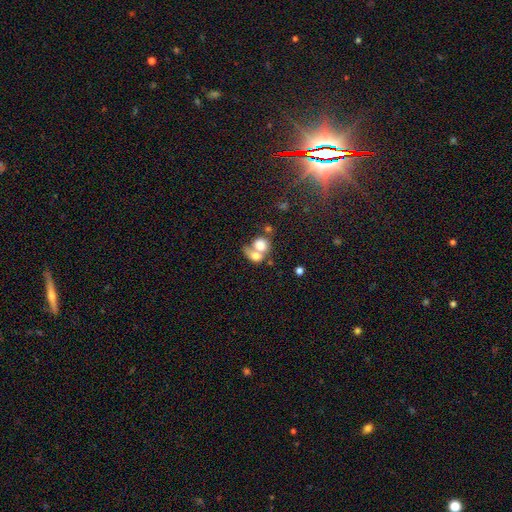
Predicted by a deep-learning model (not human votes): Smooth or featured? smooth (70%)
How rounded? round (50%)
Merging? merger (70%)